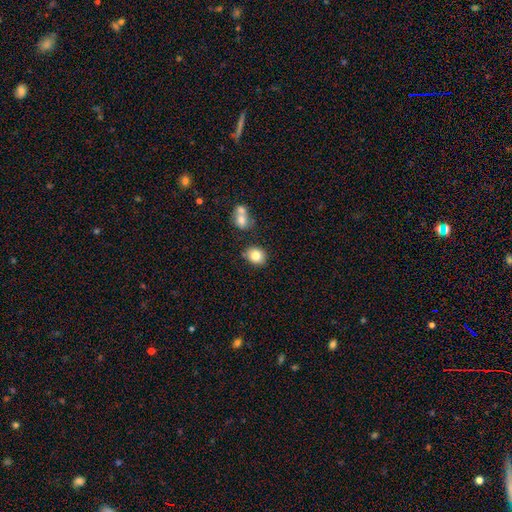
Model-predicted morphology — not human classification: Smooth or featured? Predicted: smooth (p=0.82). How rounded? Predicted: round (p=0.67). Merging? Predicted: none (p=0.77).